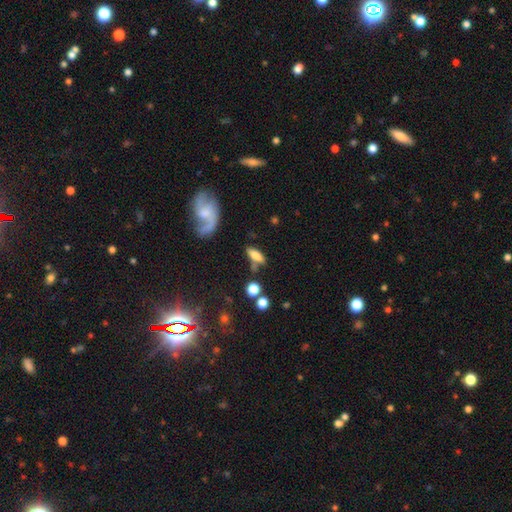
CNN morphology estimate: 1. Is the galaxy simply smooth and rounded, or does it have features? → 67% smooth, 24% featured or disk, 10% star or artifact.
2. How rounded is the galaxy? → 62% in between, 32% cigar-shaped, 6% round.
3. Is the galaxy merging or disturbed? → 59% none, 19% minor disturbance, 13% merger, 8% major disturbance.